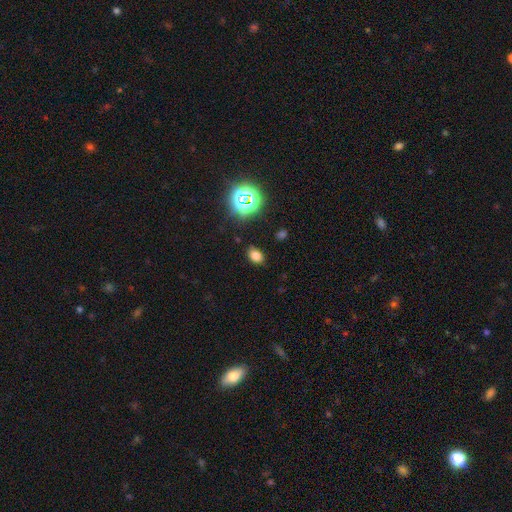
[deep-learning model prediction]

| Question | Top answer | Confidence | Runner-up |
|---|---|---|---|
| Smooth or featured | smooth | 71% | star or artifact (21%) |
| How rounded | in between | 77% | round (21%) |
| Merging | none | 85% | minor disturbance (10%) |